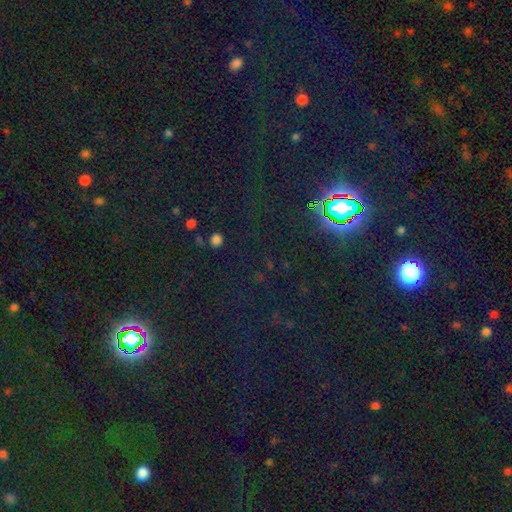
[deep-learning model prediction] This appears to be a star or artifact, not a galaxy (80%).